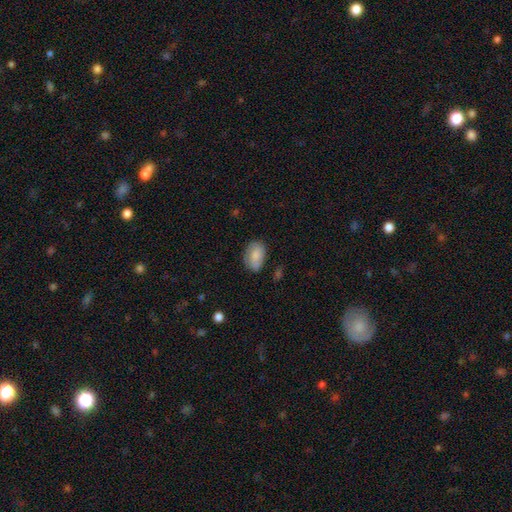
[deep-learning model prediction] Smooth or featured: smooth — 82% (featured or disk — 11%)
How rounded: in between — 86% (round — 13%)
Merging: none — 69% (minor disturbance — 24%)